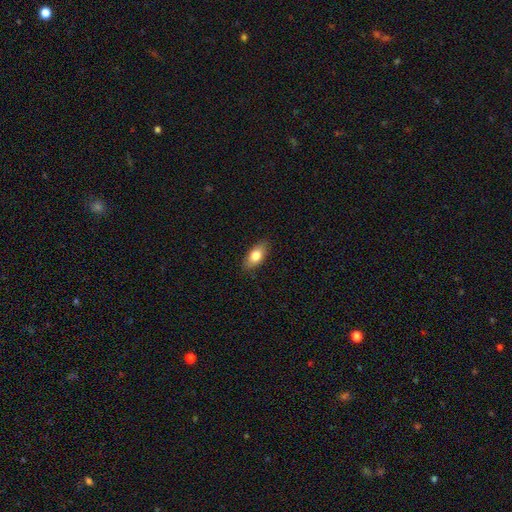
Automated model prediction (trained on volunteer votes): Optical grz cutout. It shows a smooth galaxy with no disk features (78%) that is in between round and cigar-shaped (85%). Merging: none (86%).